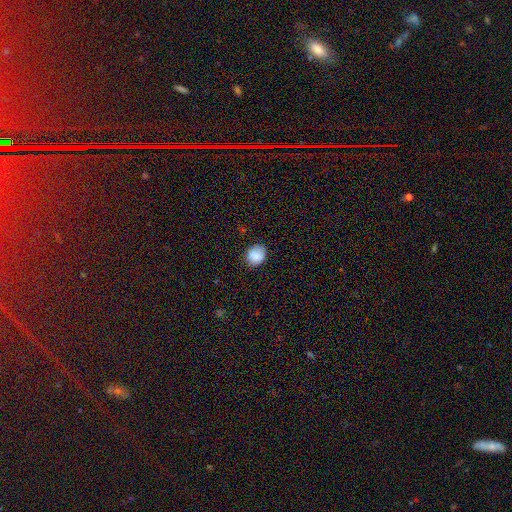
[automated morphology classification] This is clearly a smooth galaxy (87%). How rounded: likely round (70%). Merging: clearly none (82%).